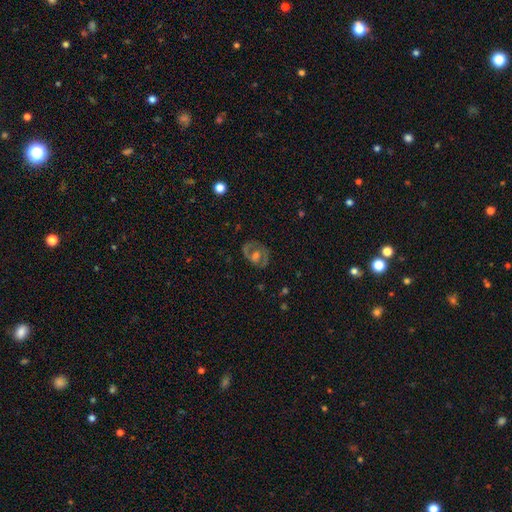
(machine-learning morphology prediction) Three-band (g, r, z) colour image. It shows a featured or disk galaxy (70%) with no bar (49%), spiral arms (66%) and a moderate central bulge (57%). Merging: none (78%).